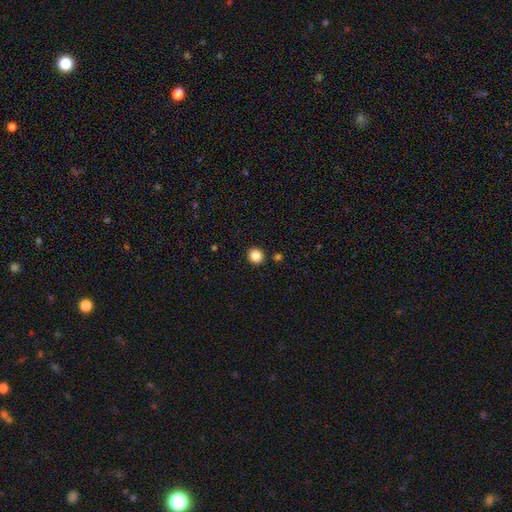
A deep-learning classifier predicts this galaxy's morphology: Smooth or featured?
  - smooth: 86% *
  - star or artifact: 11%
  - featured or disk: 4%
How rounded?
  - round: 89% *
  - in between: 10%
  - cigar-shaped: 1%
Merging?
  - none: 91% *
  - minor disturbance: 5%
  - merger: 2%
  - major disturbance: 2%